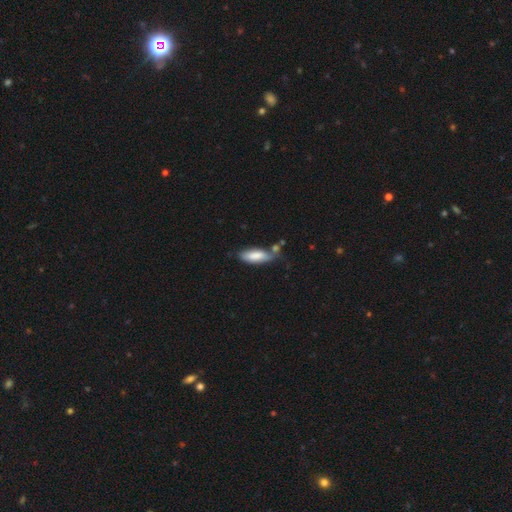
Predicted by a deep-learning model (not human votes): Smooth or featured? Predicted: smooth (p=0.79). How rounded? Predicted: in between (p=0.63). Merging? Predicted: none (p=0.51).